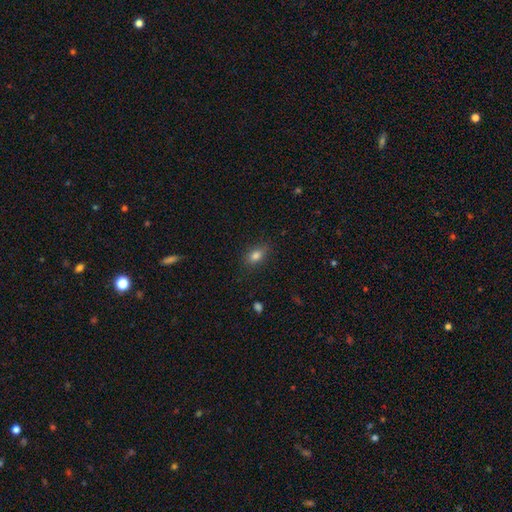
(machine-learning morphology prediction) Smooth or featured? smooth (82%)
How rounded? in between (79%)
Merging? none (81%)